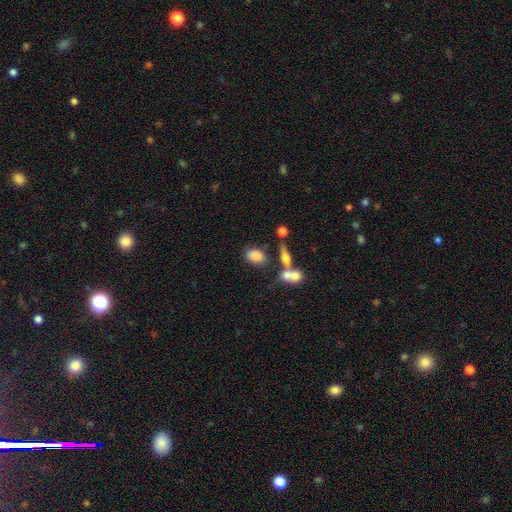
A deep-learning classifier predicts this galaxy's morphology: Overall: smooth (80%). How rounded: in between (82%). Merging: none (60%).